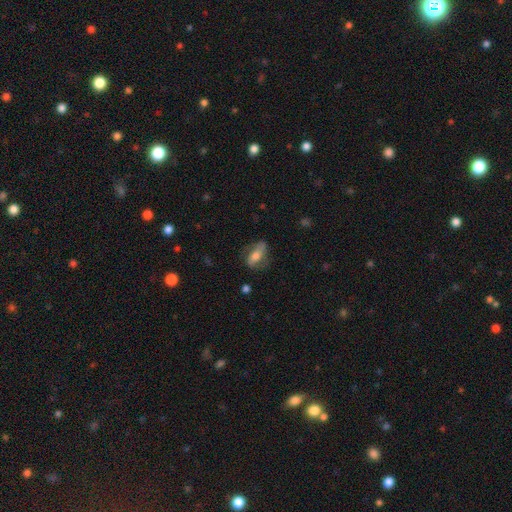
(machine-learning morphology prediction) featured or disk 47%, smooth 45%, star or artifact 7%. Down the decision tree: merging — none (62%).